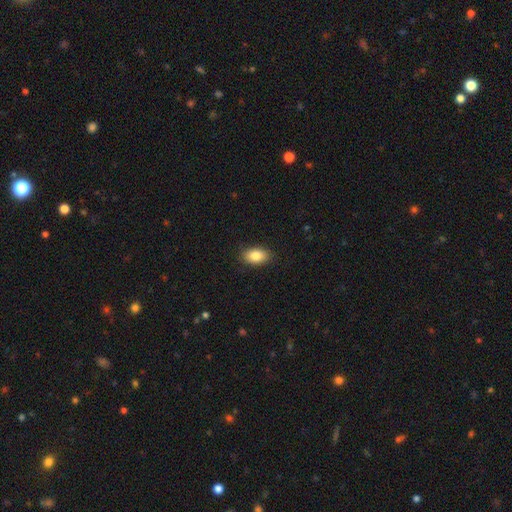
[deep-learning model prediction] Smooth or featured: smooth — 85% (featured or disk — 8%)
How rounded: in between — 91% (round — 8%)
Merging: none — 87% (minor disturbance — 10%)